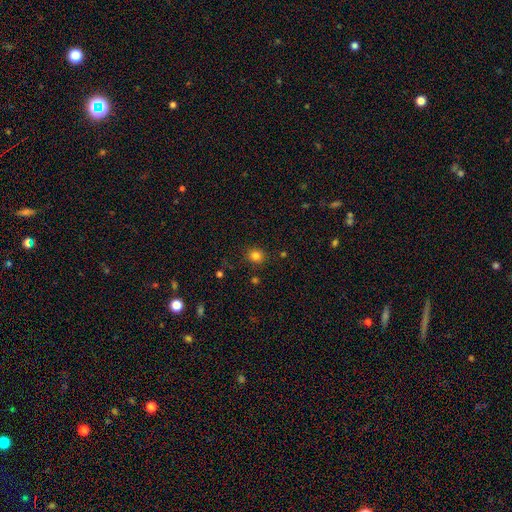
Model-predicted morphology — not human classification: smooth 82%, star or artifact 13%, featured or disk 5%. Down the decision tree: how rounded — round (86%); merging — none (87%).